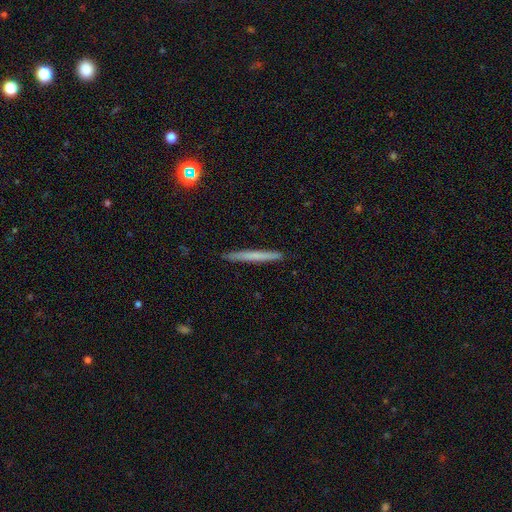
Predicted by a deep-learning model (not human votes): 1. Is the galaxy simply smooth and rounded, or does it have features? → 60% smooth, 34% featured or disk, 7% star or artifact.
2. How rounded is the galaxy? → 97% cigar-shaped, 2% in between, 1% round.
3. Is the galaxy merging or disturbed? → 92% none, 6% minor disturbance, 1% major disturbance, 1% merger.